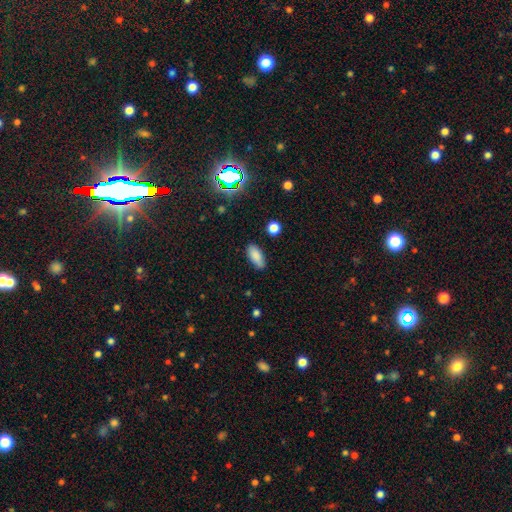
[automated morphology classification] Overall: smooth (86%). How rounded: in between (83%). Merging: none (84%).